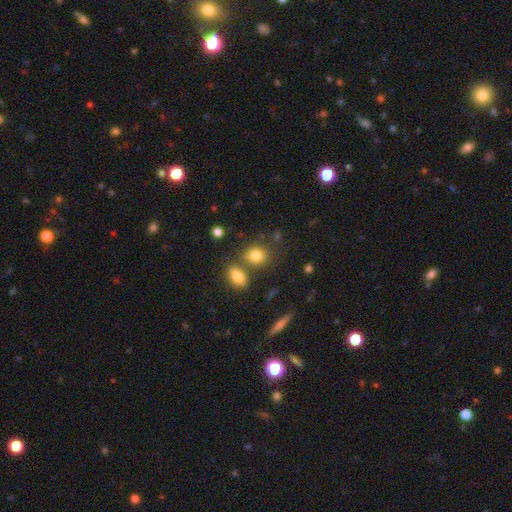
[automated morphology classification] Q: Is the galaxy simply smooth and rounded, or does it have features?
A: smooth — 80%.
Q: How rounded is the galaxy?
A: round — 58%.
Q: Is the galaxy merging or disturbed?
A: none — 59%.